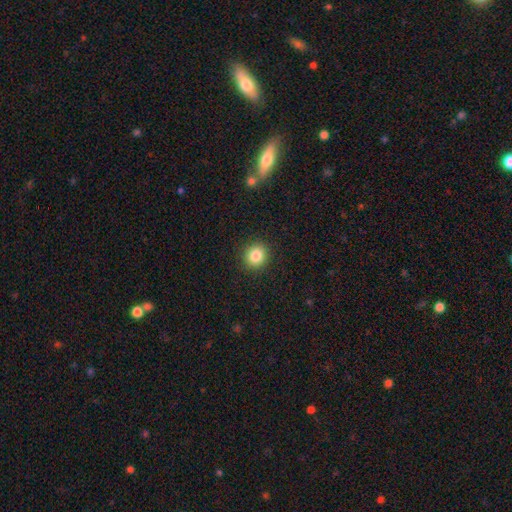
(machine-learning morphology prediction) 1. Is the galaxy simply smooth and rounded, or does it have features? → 85% smooth, 10% star or artifact, 5% featured or disk.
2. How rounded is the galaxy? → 87% round, 12% in between, 1% cigar-shaped.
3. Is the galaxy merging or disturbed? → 91% none, 6% minor disturbance, 2% major disturbance, 1% merger.